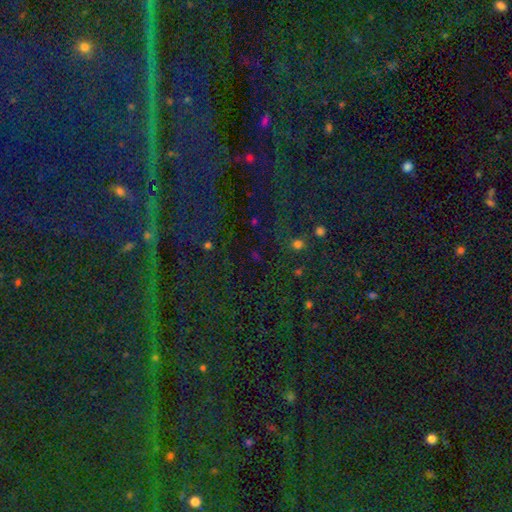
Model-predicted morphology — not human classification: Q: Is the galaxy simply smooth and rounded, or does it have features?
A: star or artifact — 55%.